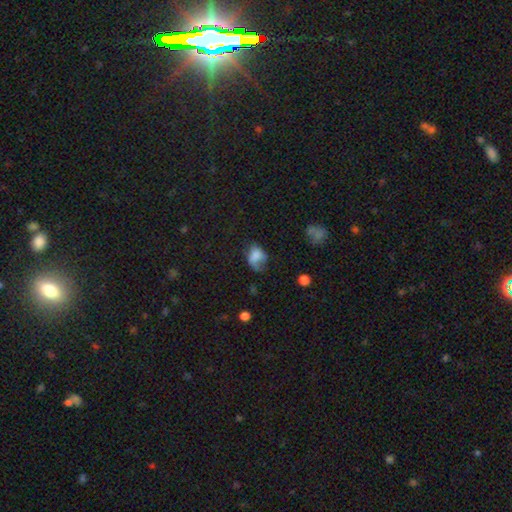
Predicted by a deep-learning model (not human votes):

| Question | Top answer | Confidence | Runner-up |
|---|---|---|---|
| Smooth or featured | smooth | 69% | featured or disk (20%) |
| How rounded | in between | 74% | round (25%) |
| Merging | major disturbance | 33% | tied: minor disturbance (33%) |